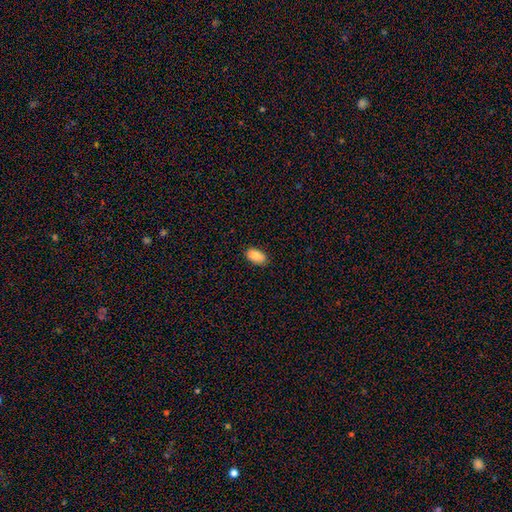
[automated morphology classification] Smooth or featured?
  - smooth: 87% *
  - star or artifact: 7%
  - featured or disk: 6%
How rounded?
  - in between: 94% *
  - round: 4%
  - cigar-shaped: 2%
Merging?
  - none: 86% *
  - minor disturbance: 11%
  - major disturbance: 2%
  - merger: 1%